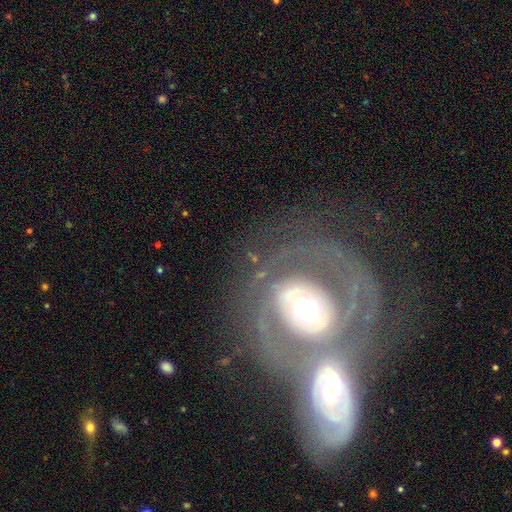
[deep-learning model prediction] Morphology: type=featured or disk (79%); edge-on=no (95%); bar=no (62%); spiral arms=yes (67%); bulge=moderate (64%); merging=merger (59%).